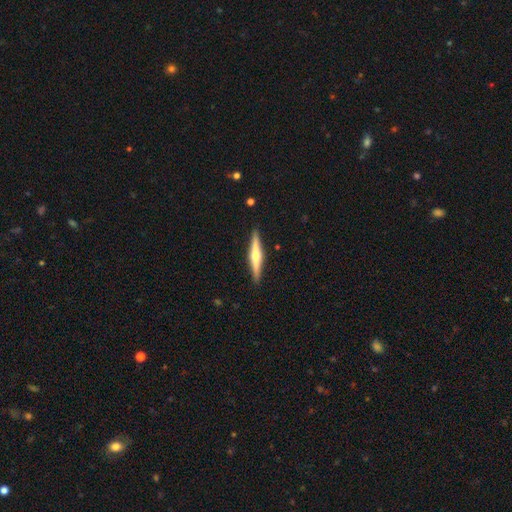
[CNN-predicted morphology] type=featured or disk (64%); edge-on=yes (98%); edge-on bulge=rounded (85%); merging=none (91%).